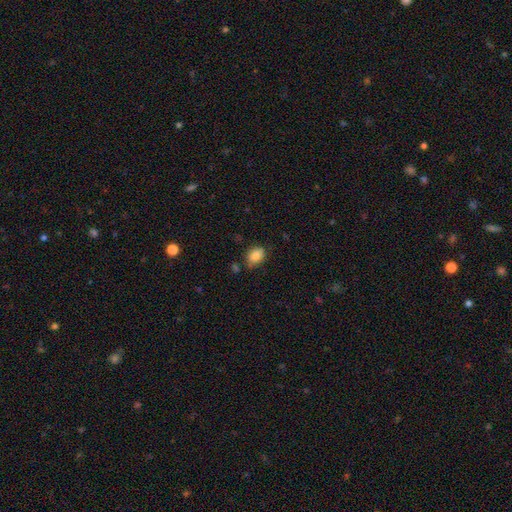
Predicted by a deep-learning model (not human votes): smooth_or_featured: smooth (p=0.84) [alt: star or artifact p=0.08]
how_rounded: in between (p=0.80) [alt: round p=0.19]
merging: none (p=0.70) [alt: minor disturbance p=0.21]